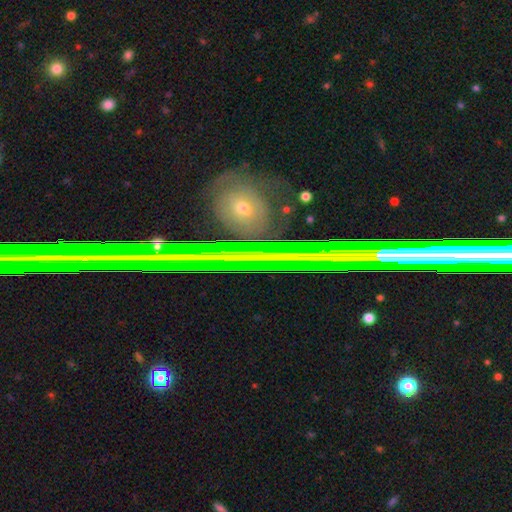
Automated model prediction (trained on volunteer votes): Smooth or featured? star or artifact (56%)